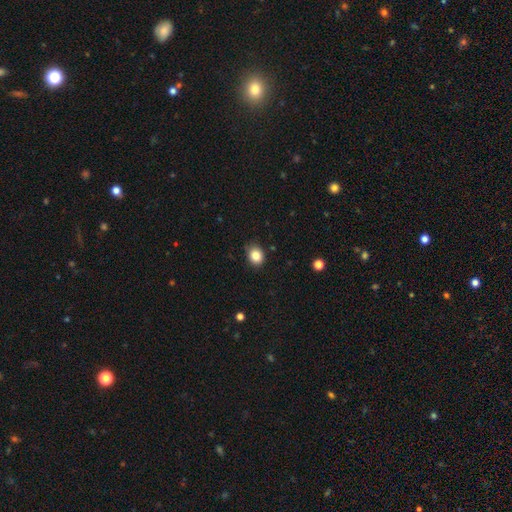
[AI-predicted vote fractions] Overall: smooth (85%). How rounded: round (58%; in between 41%). Merging: none (83%).